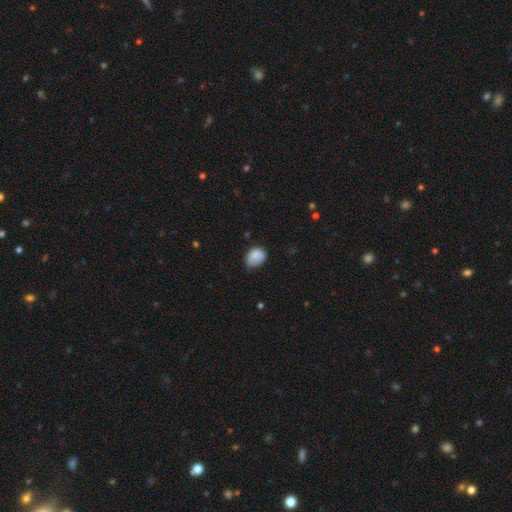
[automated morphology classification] A smooth galaxy with no disk features (82%) that is in between round and cigar-shaped (61%).

Vote fractions:
- Smooth or featured? smooth: 82% / featured or disk: 10% / star or artifact: 8%
- How rounded? in between: 61% / round: 38% / cigar-shaped: 1%
- Merging? none: 50% / minor disturbance: 38% / major disturbance: 10% / merger: 2%